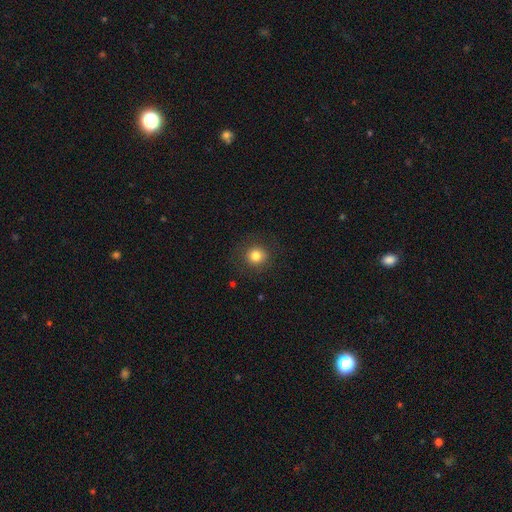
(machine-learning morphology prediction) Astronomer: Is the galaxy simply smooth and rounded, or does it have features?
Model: smooth — 82%.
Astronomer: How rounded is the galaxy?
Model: round — 91%.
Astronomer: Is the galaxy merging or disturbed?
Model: none — 87%.